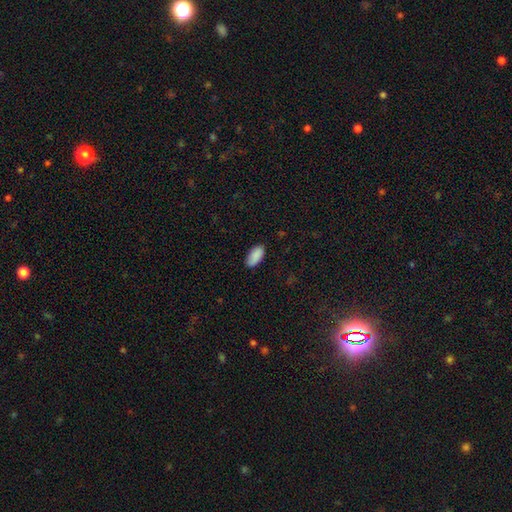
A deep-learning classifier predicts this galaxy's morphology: Smooth or featured: smooth — 89% (star or artifact — 7%)
How rounded: in between — 93% (cigar-shaped — 6%)
Merging: none — 84% (minor disturbance — 13%)